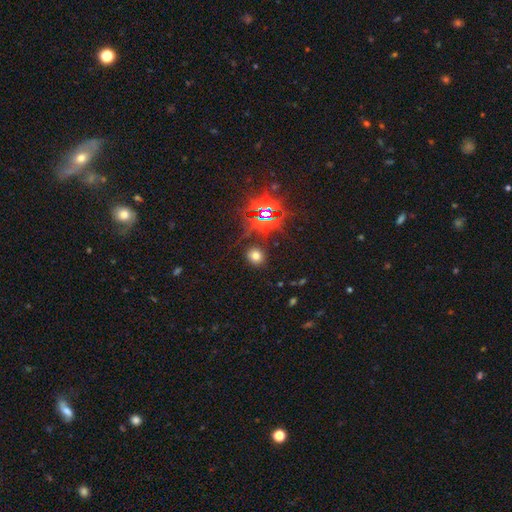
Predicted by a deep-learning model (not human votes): Smooth or featured: smooth — 63% (star or artifact — 29%)
How rounded: round — 78% (in between — 21%)
Merging: none — 84% (minor disturbance — 9%)